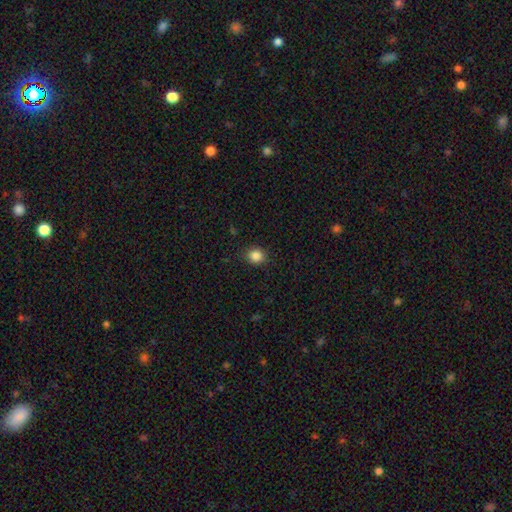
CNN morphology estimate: This is clearly a smooth galaxy (86%). How rounded: clearly round (81%). Merging: clearly none (88%).